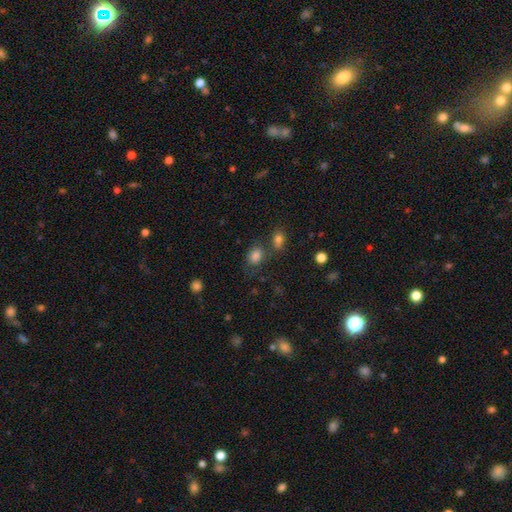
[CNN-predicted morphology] smooth-or-featured: smooth: 82% | star or artifact: 12% | featured or disk: 6%
  how-rounded: in between: 60% | round: 39% | cigar-shaped: 1%
  merging: none: 62% | minor disturbance: 16% | merger: 15% | major disturbance: 7%